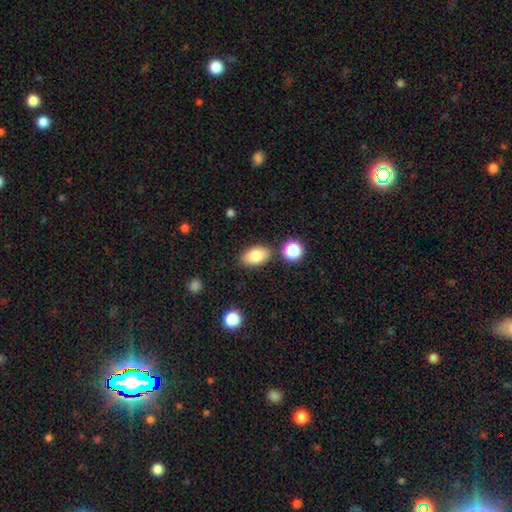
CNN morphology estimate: This appears to be a smooth galaxy with no disk features (83%) that is in between round and cigar-shaped (91%). Merging: none (81%).